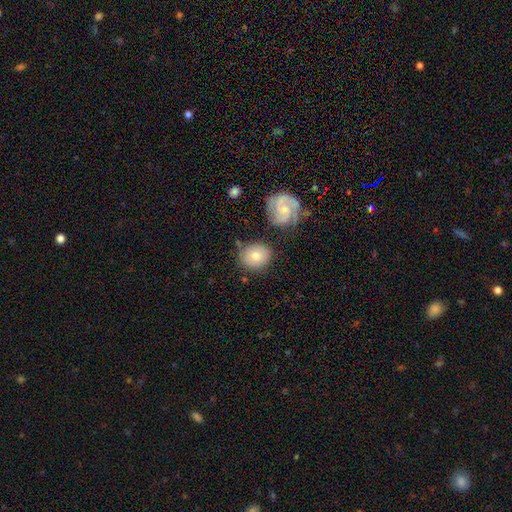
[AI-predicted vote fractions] smooth-or-featured: smooth: 70% | featured or disk: 23% | star or artifact: 7%
  how-rounded: round: 69% | in between: 30% | cigar-shaped: 1%
  merging: none: 75% | minor disturbance: 14% | merger: 7% | major disturbance: 4%